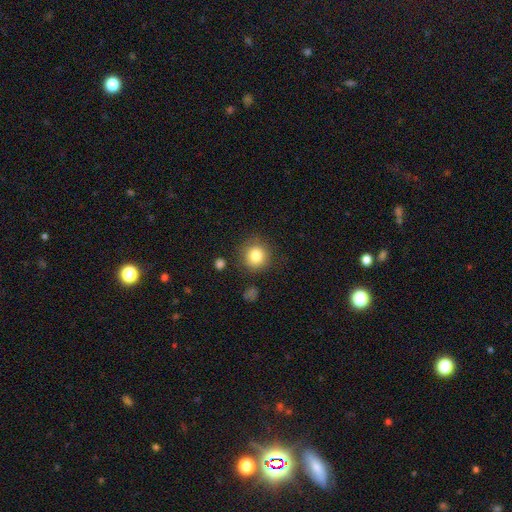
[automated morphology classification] Smooth or featured: smooth — 82% (star or artifact — 11%)
How rounded: round — 91% (in between — 8%)
Merging: none — 84% (minor disturbance — 10%)